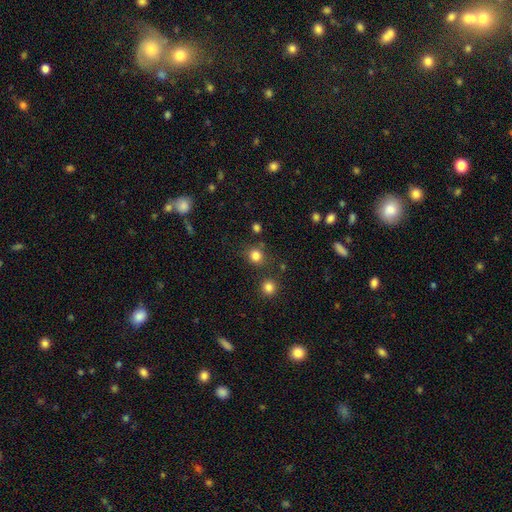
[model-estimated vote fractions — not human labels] This appears to be a smooth galaxy with no disk features (81%) that is round (83%). Merging: none (78%).